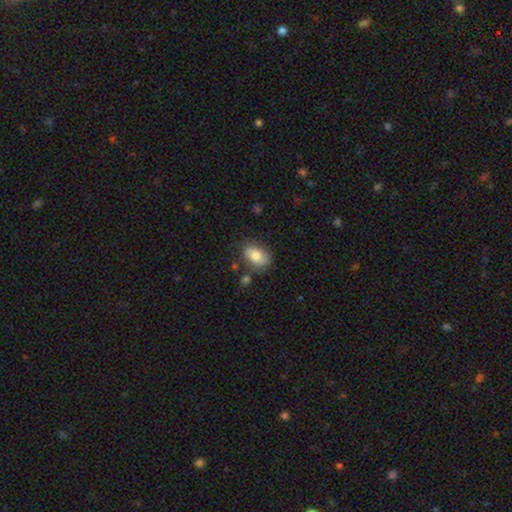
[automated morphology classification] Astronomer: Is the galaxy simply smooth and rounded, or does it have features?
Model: smooth — 65%.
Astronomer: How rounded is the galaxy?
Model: in between — 81%.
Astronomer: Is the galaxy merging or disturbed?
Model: none — 66%.